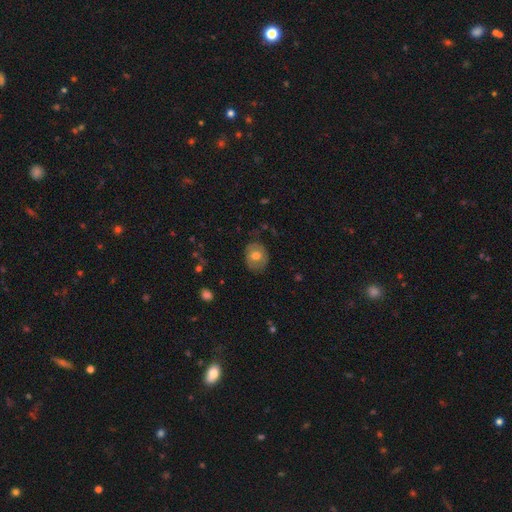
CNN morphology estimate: The model was most divided on "how rounded": round: 58%, in between: 41%, cigar-shaped: 1%. More confident: merging — none (75%); smooth or featured — smooth (61%).